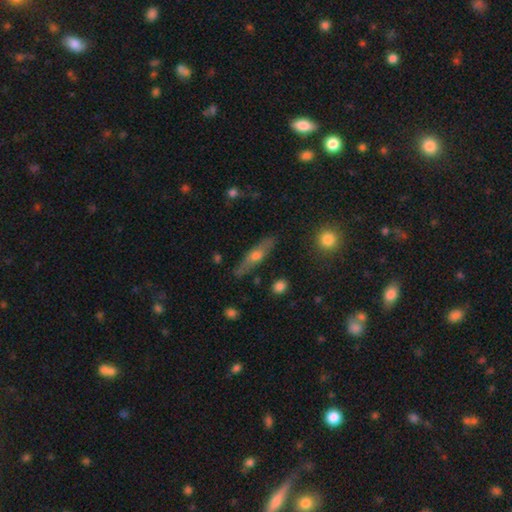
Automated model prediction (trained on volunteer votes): Q: Smooth or featured?
A: featured or disk (56%); runner-up: smooth (36%)
Q: Edge-on disk?
A: yes (85%); runner-up: no (15%)
Q: Merging?
A: none (85%); runner-up: minor disturbance (11%)